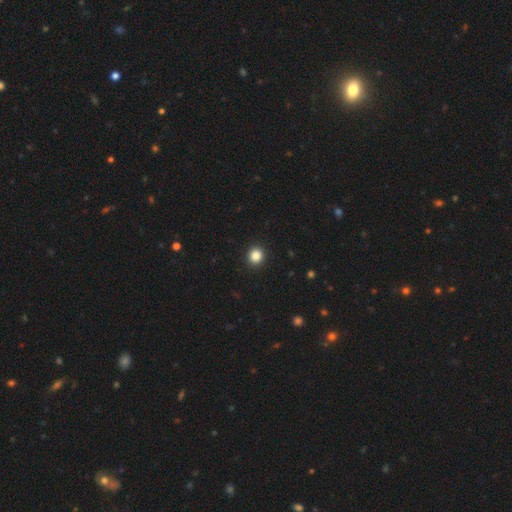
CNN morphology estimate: smooth 86%, star or artifact 11%, featured or disk 3%. Down the decision tree: how rounded — round (92%); merging — none (93%).